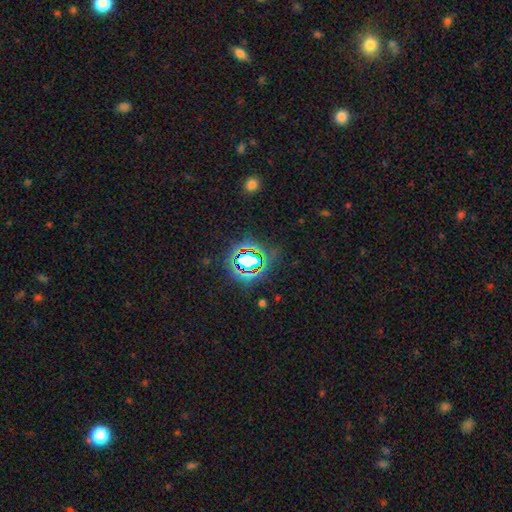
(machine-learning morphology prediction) Overall: star or artifact (79%).